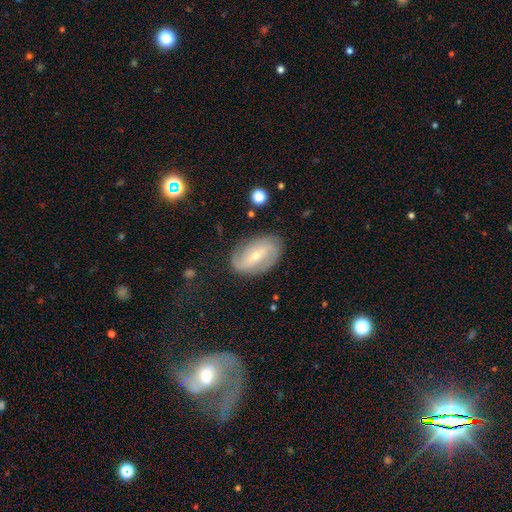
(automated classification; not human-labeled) This appears to be a featured or disk galaxy (77%) with a weak bar (41%), 2 (71%) medium (37%) spiral arms (88%) and a small central bulge (64%). Merging: none (79%).